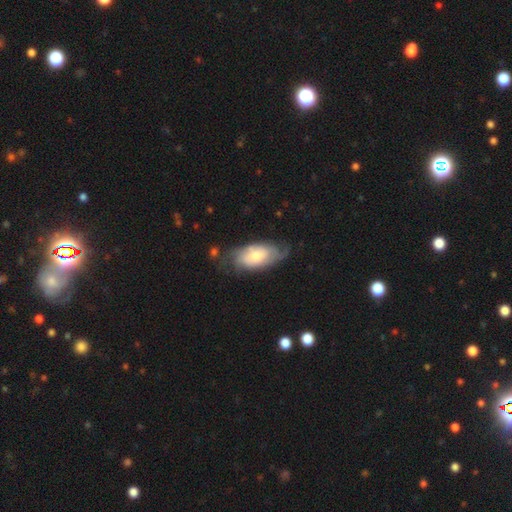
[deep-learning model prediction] Smooth or featured?
  - featured or disk: 52% *
  - smooth: 42%
  - star or artifact: 6%
Edge-on disk?
  - no: 89% *
  - yes: 11%
Merging?
  - none: 56% *
  - minor disturbance: 29%
  - major disturbance: 13%
  - merger: 2%